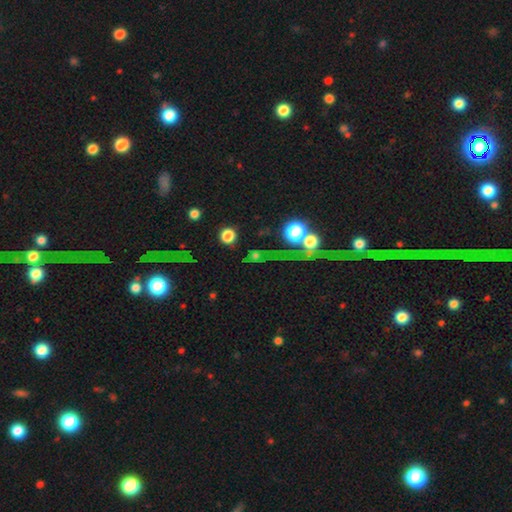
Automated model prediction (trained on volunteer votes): Morphology: type=star or artifact (42%).